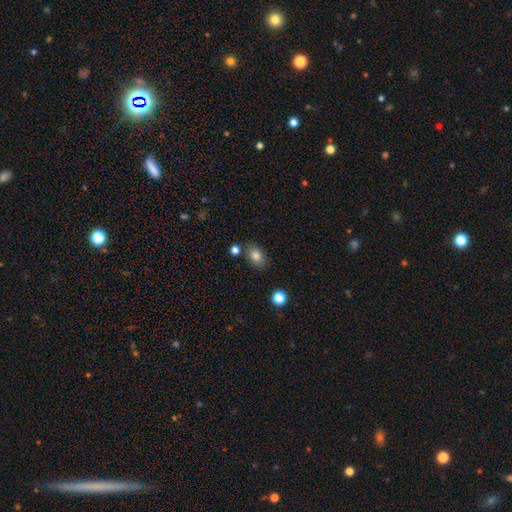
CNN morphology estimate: Q: Smooth or featured?
A: smooth (83%); runner-up: star or artifact (10%)
Q: How rounded?
A: in between (75%); runner-up: round (24%)
Q: Merging?
A: none (79%); runner-up: minor disturbance (12%)